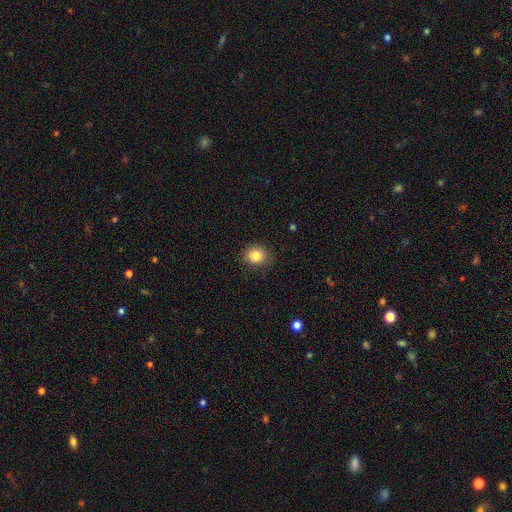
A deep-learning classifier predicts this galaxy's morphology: Smooth or featured? smooth (83%)
How rounded? round (72%)
Merging? none (87%)